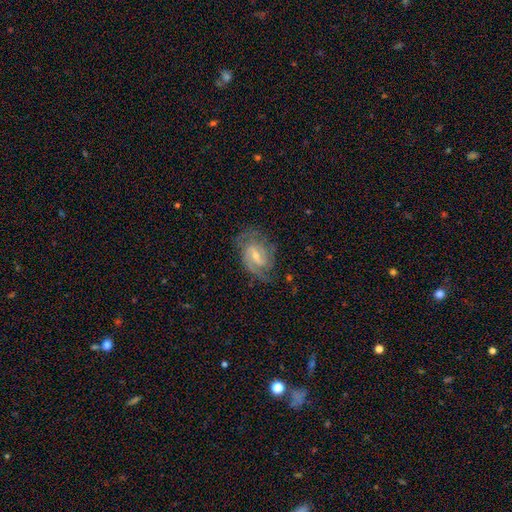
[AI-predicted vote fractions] Smooth or featured?
  - featured or disk: 84% *
  - smooth: 10%
  - star or artifact: 6%
Edge-on disk?
  - no: 97% *
  - yes: 3%
Bar?
  - weak: 58% *
  - strong: 22%
  - no: 20%
Spiral arms?
  - yes: 95% *
  - no: 5%
Spiral winding?
  - medium: 47% *
  - tight: 38%
  - loose: 15%
Spiral arm count?
  - 2: 62% *
  - can't tell: 15%
  - 3: 13%
  - 1: 5%
  - 4: 3%
  - more than 4: 2%
Bulge size?
  - small: 56% *
  - moderate: 37%
  - none: 4%
  - large: 2%
  - dominant: 1%
Merging?
  - none: 67% *
  - minor disturbance: 21%
  - major disturbance: 11%
  - merger: 1%